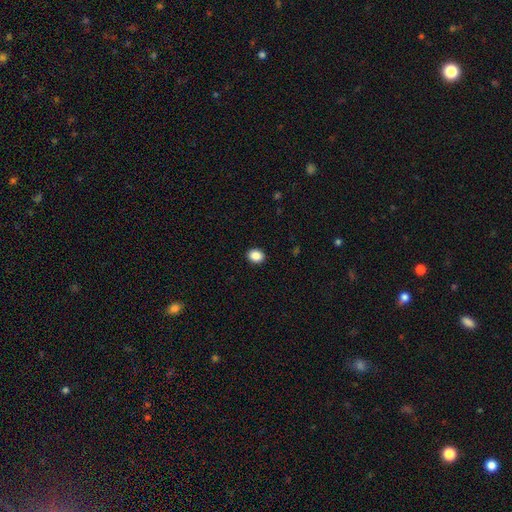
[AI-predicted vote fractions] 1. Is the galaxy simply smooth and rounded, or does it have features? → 88% smooth, 9% star or artifact, 3% featured or disk.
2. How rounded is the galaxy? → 50% in between, 49% round, 1% cigar-shaped.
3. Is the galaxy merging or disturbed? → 91% none, 6% minor disturbance, 2% major disturbance, 1% merger.